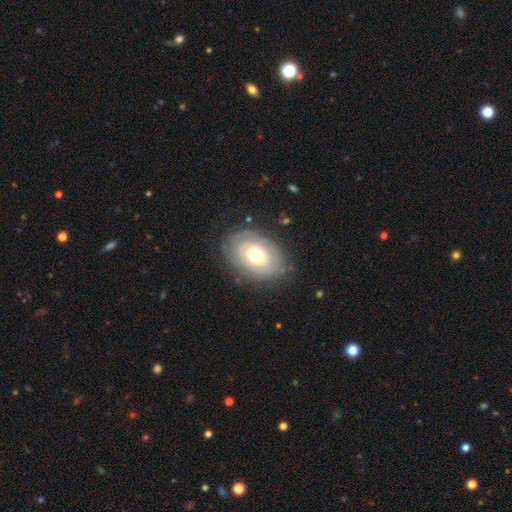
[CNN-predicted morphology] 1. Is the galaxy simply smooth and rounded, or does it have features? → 55% featured or disk, 38% smooth, 7% star or artifact.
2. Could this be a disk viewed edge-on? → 94% no, 6% yes.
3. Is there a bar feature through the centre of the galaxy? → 85% no, 12% weak, 3% strong.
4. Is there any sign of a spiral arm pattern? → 55% yes, 45% no.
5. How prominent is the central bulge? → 70% moderate, 18% small, 9% large, 1% dominant, 1% none.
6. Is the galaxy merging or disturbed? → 79% none, 15% minor disturbance, 5% major disturbance, 1% merger.